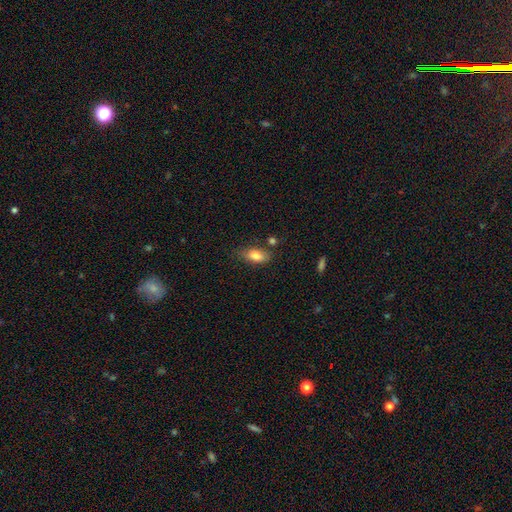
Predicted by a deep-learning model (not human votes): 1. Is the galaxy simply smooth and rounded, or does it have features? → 81% smooth, 11% featured or disk, 8% star or artifact.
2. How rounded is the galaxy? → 86% in between, 8% cigar-shaped, 6% round.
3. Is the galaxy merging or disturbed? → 70% none, 19% minor disturbance, 6% merger, 4% major disturbance.